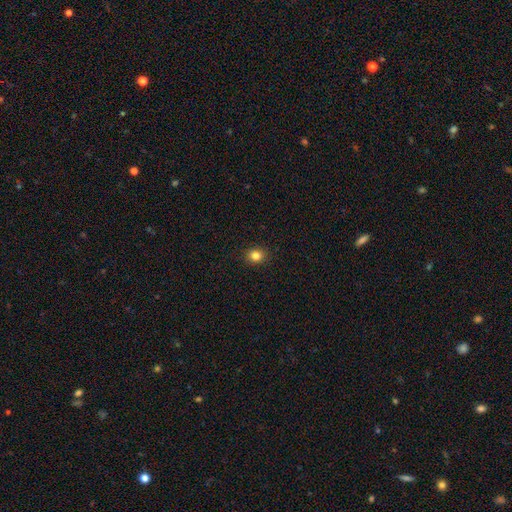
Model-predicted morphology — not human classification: This appears to be a smooth galaxy with no disk features (82%) that is round (70%). Merging: none (91%).